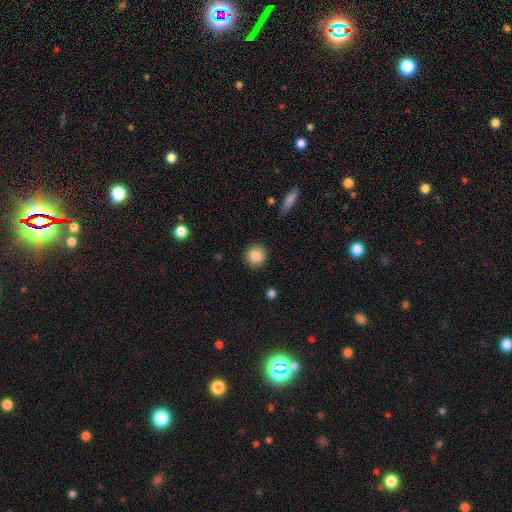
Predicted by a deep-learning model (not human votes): smooth-or-featured: smooth: 85% | star or artifact: 9% | featured or disk: 6%
  how-rounded: round: 93% | in between: 6% | cigar-shaped: 1%
  merging: none: 91% | minor disturbance: 6% | major disturbance: 2% | merger: 1%